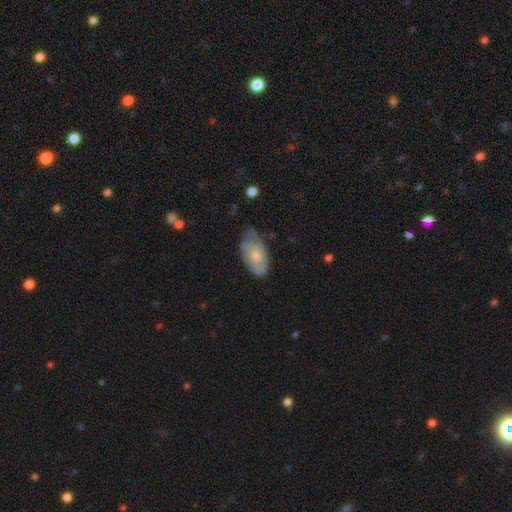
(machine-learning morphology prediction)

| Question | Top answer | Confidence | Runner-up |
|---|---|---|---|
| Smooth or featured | smooth | 52% | featured or disk (42%) |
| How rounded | in between | 92% | round (4%) |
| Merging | none | 46% | minor disturbance (40%) |